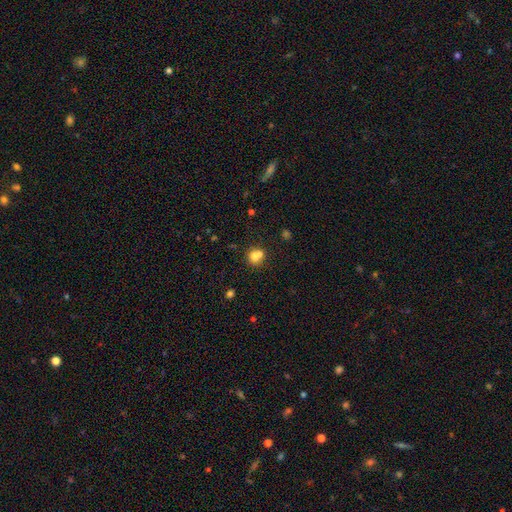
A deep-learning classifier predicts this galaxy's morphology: Smooth or featured? Predicted: smooth (p=0.74). How rounded? Predicted: round (p=0.75). Merging? Predicted: merger (p=0.45).